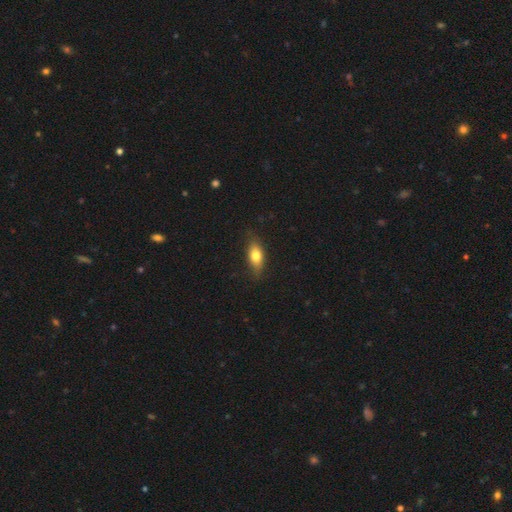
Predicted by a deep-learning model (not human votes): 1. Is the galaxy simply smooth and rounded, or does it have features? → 75% smooth, 18% featured or disk, 7% star or artifact.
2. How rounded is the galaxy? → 79% in between, 16% cigar-shaped, 6% round.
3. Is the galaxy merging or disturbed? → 78% none, 18% minor disturbance, 3% major disturbance, 1% merger.